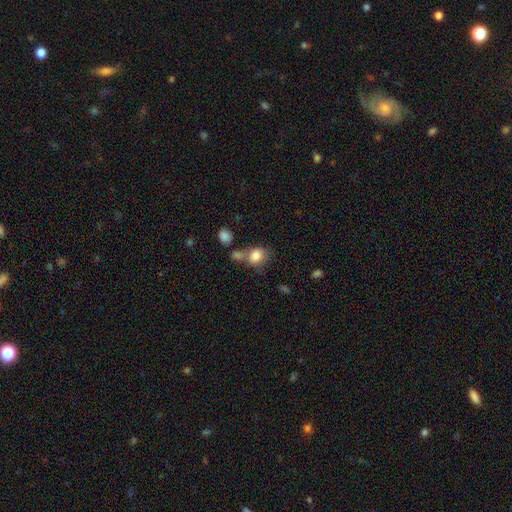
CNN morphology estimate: Smooth or featured: smooth — 81% (star or artifact — 9%)
How rounded: in between — 54% (round — 44%)
Merging: none — 44% (merger — 31%)